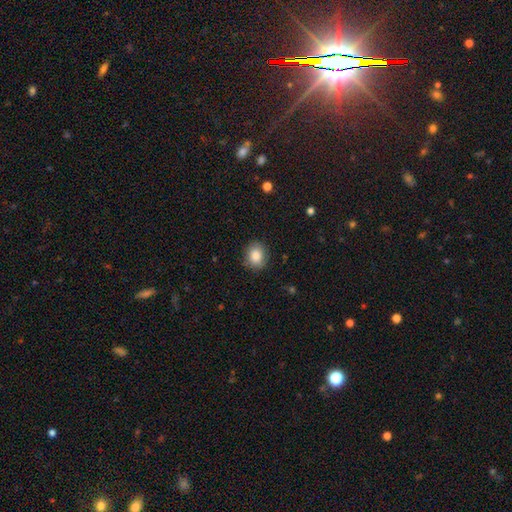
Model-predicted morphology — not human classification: smooth-or-featured: smooth: 85% | star or artifact: 8% | featured or disk: 7%
  how-rounded: round: 64% | in between: 35% | cigar-shaped: 1%
  merging: none: 85% | minor disturbance: 11% | major disturbance: 3% | merger: 1%